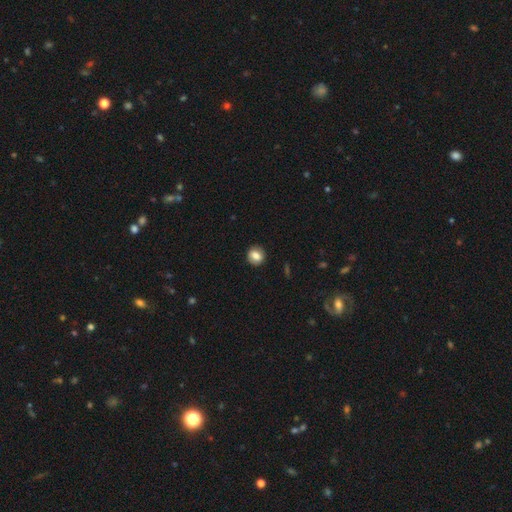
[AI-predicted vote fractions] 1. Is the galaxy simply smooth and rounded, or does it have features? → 79% smooth, 12% featured or disk, 9% star or artifact.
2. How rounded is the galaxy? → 79% round, 20% in between, 1% cigar-shaped.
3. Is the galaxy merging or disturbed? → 89% none, 8% minor disturbance, 2% major disturbance, 1% merger.